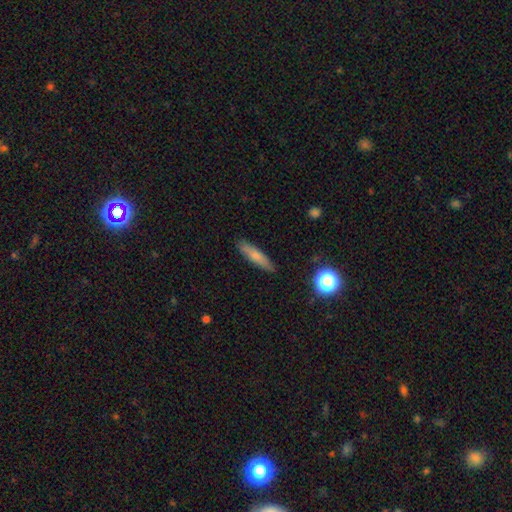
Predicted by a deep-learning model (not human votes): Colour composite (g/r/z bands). It shows a smooth galaxy with no disk features (71%) that is cigar-shaped (77%). Merging: none (87%).